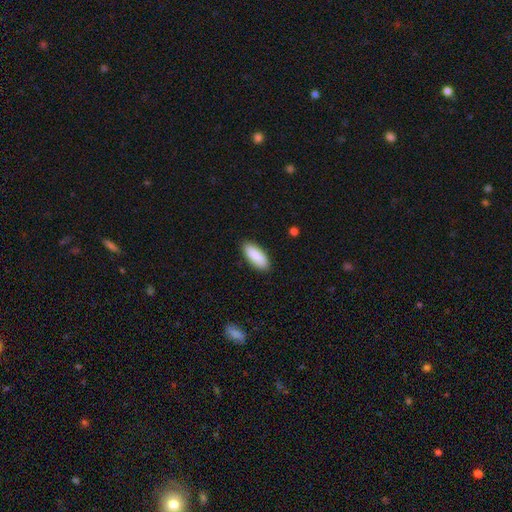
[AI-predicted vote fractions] This is clearly a smooth galaxy (89%). How rounded: likely in between (78%). Merging: clearly none (87%).